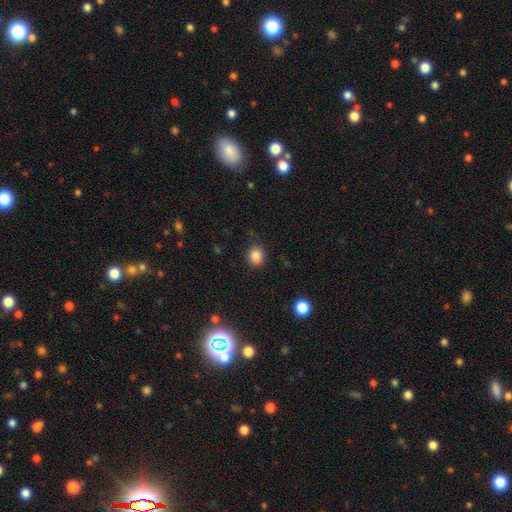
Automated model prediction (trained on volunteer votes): A smooth galaxy with no disk features (84%) that is round (52%).

Vote fractions:
- Smooth or featured? smooth: 84% / star or artifact: 11% / featured or disk: 4%
- How rounded? round: 52% / in between: 47% / cigar-shaped: 1%
- Merging? none: 80% / minor disturbance: 14% / major disturbance: 3% / merger: 3%